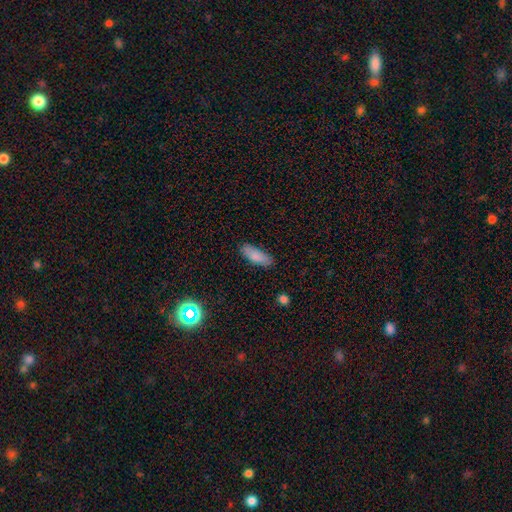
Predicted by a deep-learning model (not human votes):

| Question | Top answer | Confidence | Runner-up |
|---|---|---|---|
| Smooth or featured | smooth | 86% | featured or disk (8%) |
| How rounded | in between | 62% | cigar-shaped (36%) |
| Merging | none | 84% | minor disturbance (12%) |